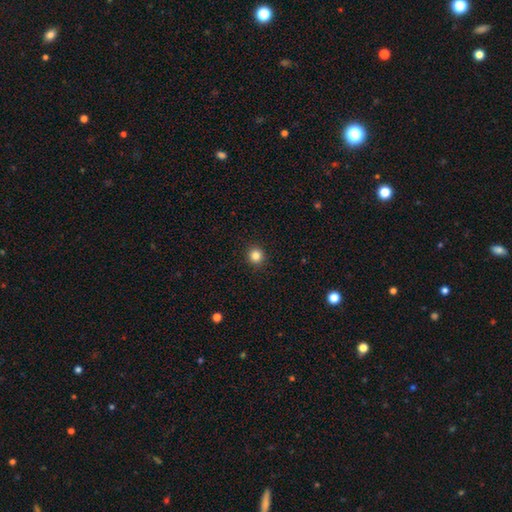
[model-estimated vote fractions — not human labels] Q: Smooth or featured?
A: smooth (84%); runner-up: star or artifact (12%)
Q: How rounded?
A: round (94%); runner-up: in between (5%)
Q: Merging?
A: none (93%); runner-up: minor disturbance (5%)